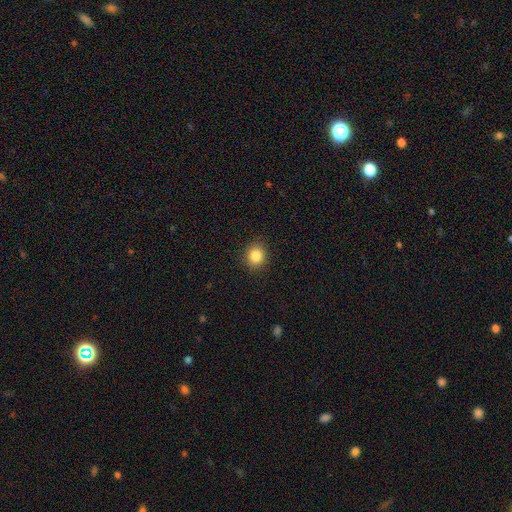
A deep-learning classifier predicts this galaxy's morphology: A smooth galaxy with no disk features (85%) that is round (80%).

Vote fractions:
- Smooth or featured? smooth: 85% / star or artifact: 11% / featured or disk: 5%
- How rounded? round: 80% / in between: 19% / cigar-shaped: 1%
- Merging? none: 89% / minor disturbance: 7% / major disturbance: 2% / merger: 1%